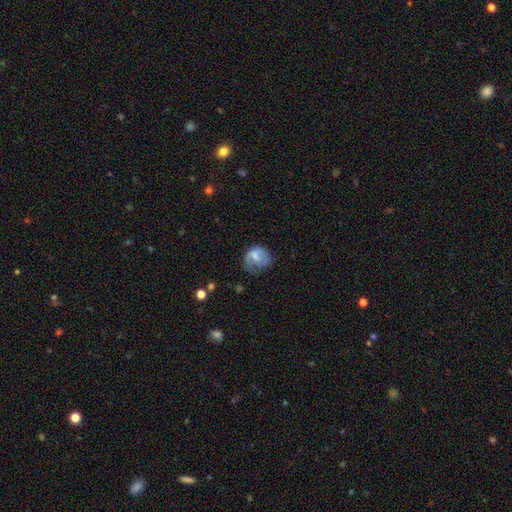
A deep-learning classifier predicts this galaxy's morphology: Q: Smooth or featured?
A: smooth (56%); runner-up: featured or disk (37%)
Q: How rounded?
A: round (62%); runner-up: in between (37%)
Q: Merging?
A: none (40%); runner-up: minor disturbance (30%)